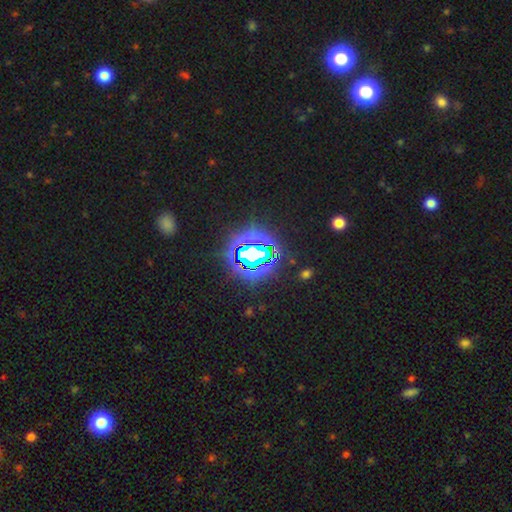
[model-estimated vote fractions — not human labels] smooth_or_featured: star or artifact (p=0.77) [alt: smooth p=0.14]